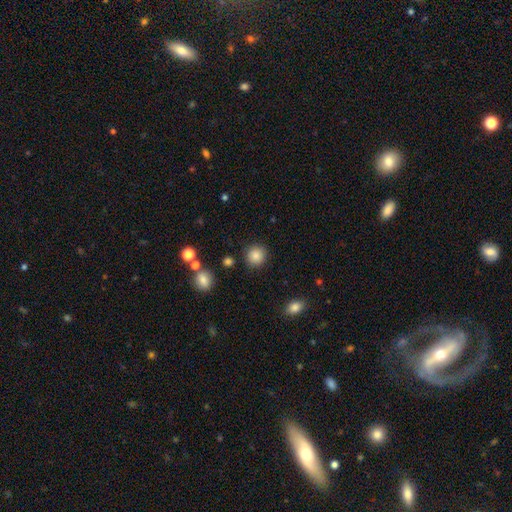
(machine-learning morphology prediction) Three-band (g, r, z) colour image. It shows a smooth galaxy with no disk features (86%) that is round (89%). Merging: none (89%).